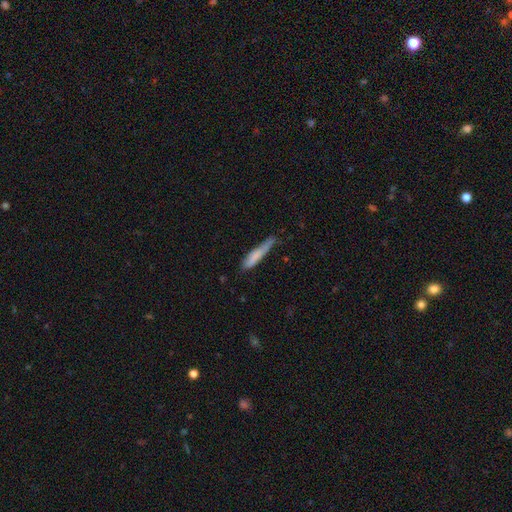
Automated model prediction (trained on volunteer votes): A smooth galaxy with no disk features (73%) that is cigar-shaped (88%).

Vote fractions:
- Smooth or featured? smooth: 73% / featured or disk: 21% / star or artifact: 7%
- How rounded? cigar-shaped: 88% / in between: 11% / round: 1%
- Merging? none: 55% / minor disturbance: 32% / major disturbance: 9% / merger: 4%